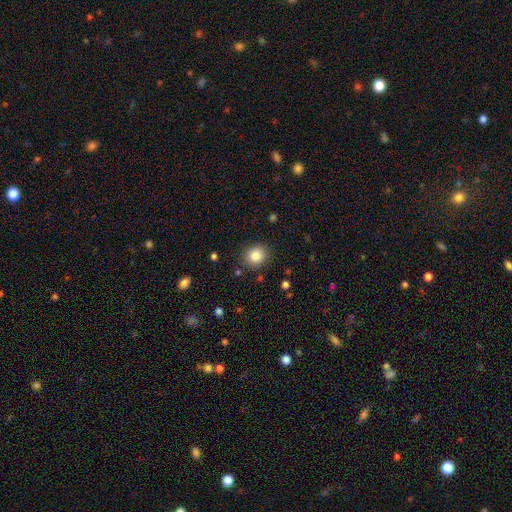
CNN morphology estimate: Smooth or featured?
  - smooth: 84% *
  - star or artifact: 10%
  - featured or disk: 6%
How rounded?
  - round: 75% *
  - in between: 24%
  - cigar-shaped: 1%
Merging?
  - none: 87% *
  - minor disturbance: 8%
  - major disturbance: 3%
  - merger: 2%